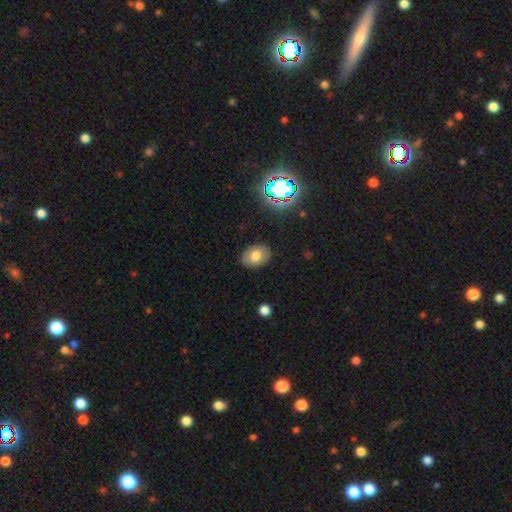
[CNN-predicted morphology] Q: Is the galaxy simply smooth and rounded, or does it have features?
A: smooth — 75%.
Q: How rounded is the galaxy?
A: in between — 74%.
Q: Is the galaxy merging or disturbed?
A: none — 87%.